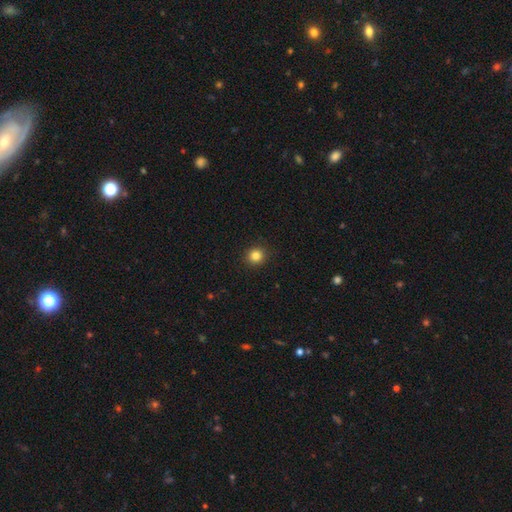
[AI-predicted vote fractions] Smooth or featured?
  - smooth: 84% *
  - star or artifact: 12%
  - featured or disk: 4%
How rounded?
  - round: 93% *
  - in between: 7%
  - cigar-shaped: 1%
Merging?
  - none: 92% *
  - minor disturbance: 5%
  - major disturbance: 2%
  - merger: 1%